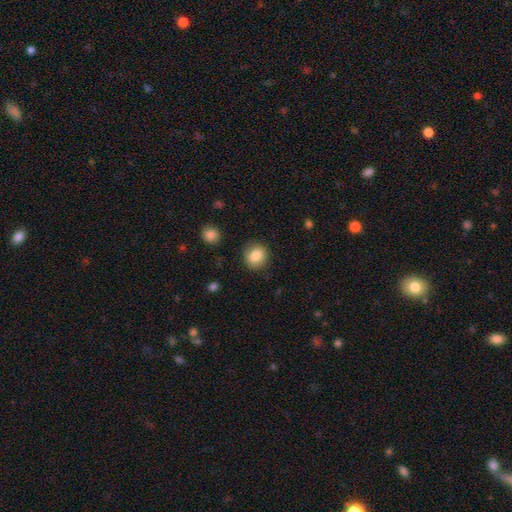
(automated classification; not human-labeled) Smooth or featured? Predicted: smooth (p=0.84). How rounded? Predicted: round (p=0.83). Merging? Predicted: none (p=0.88).